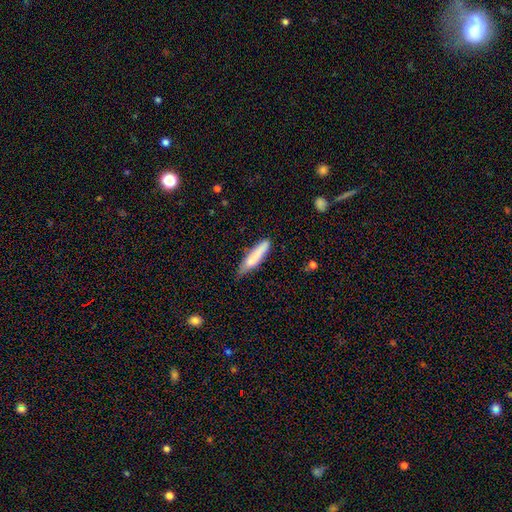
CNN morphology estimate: Smooth or featured? smooth (80%)
How rounded? cigar-shaped (84%)
Merging? none (64%)